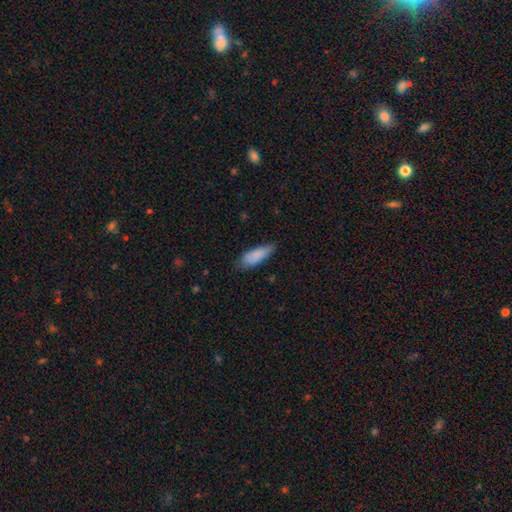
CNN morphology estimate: This appears to be a smooth galaxy with no disk features (86%) that is in between round and cigar-shaped (64%). Merging: none (68%).